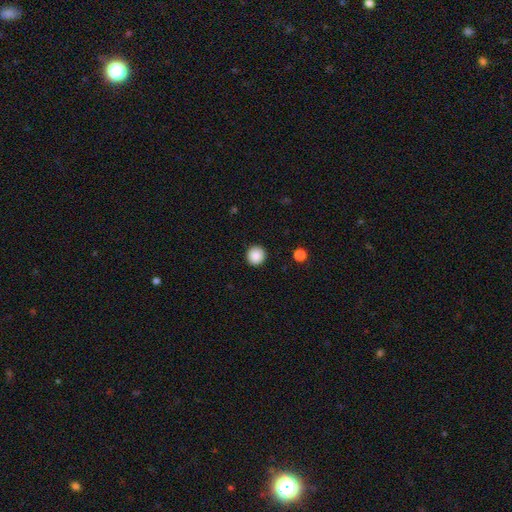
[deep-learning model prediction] Smooth or featured? Predicted: smooth (p=0.88). How rounded? Predicted: round (p=0.94). Merging? Predicted: none (p=0.93).